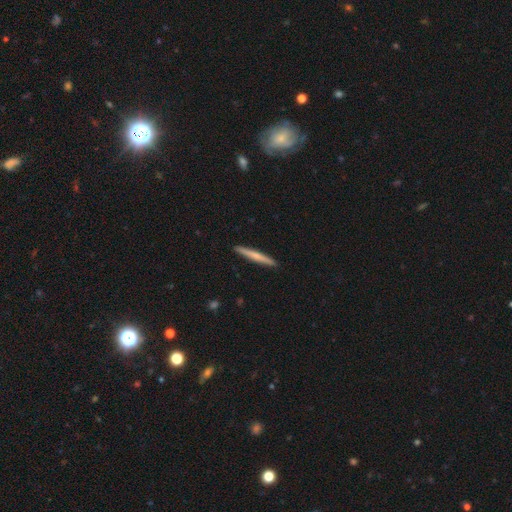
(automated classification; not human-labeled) This appears to be a smooth galaxy with no disk features (52%) that is cigar-shaped (96%). Merging: none (92%).